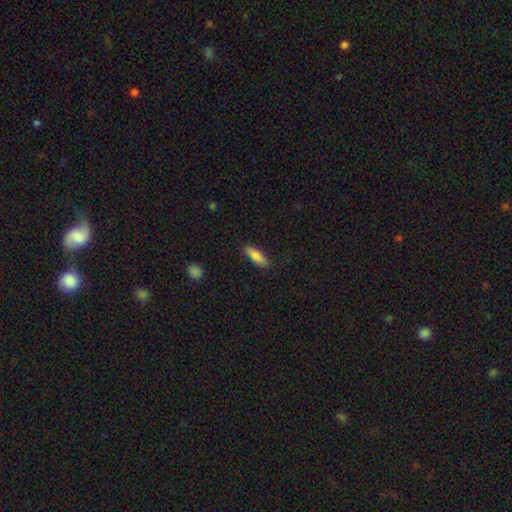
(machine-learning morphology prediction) This appears to be a smooth galaxy with no disk features (80%) that is in between round and cigar-shaped (53%). Merging: none (86%).